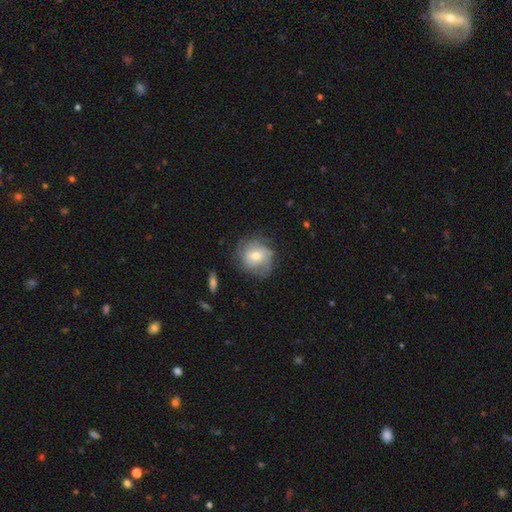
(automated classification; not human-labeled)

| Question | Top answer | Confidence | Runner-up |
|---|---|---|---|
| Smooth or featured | featured or disk | 48% | smooth (44%) |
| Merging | none | 66% | minor disturbance (22%) |